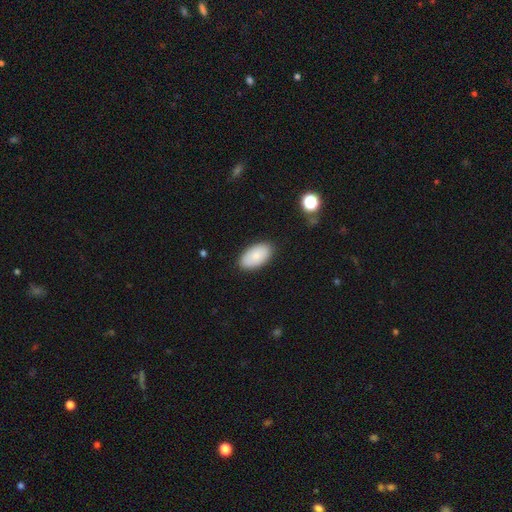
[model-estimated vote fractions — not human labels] Overall: smooth (82%). How rounded: in between (95%). Merging: none (86%).